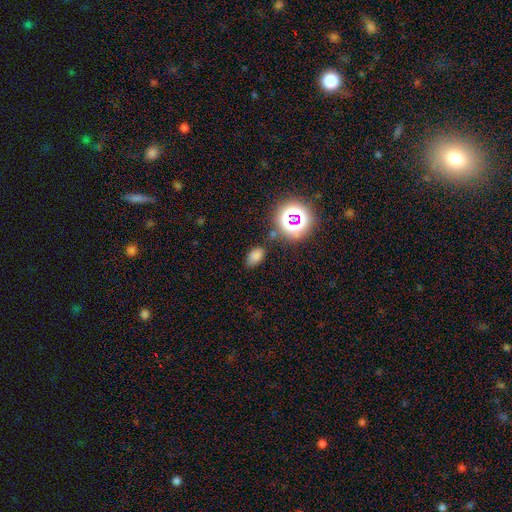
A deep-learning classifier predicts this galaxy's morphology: Smooth or featured?
  - smooth: 71% *
  - star or artifact: 22%
  - featured or disk: 7%
How rounded?
  - in between: 86% *
  - round: 13%
  - cigar-shaped: 2%
Merging?
  - none: 75% *
  - minor disturbance: 16%
  - major disturbance: 5%
  - merger: 4%